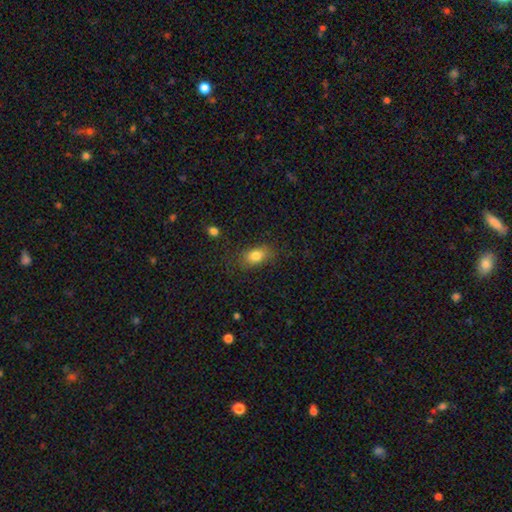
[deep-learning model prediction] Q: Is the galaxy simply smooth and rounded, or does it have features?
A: smooth — 82%.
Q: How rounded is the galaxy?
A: in between — 80%.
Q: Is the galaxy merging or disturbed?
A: none — 76%.